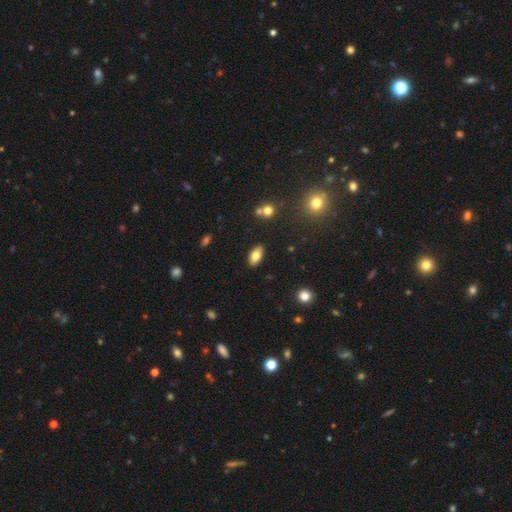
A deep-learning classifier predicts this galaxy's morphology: This appears to be a smooth galaxy with no disk features (78%) that is in between round and cigar-shaped (91%). Merging: none (87%).